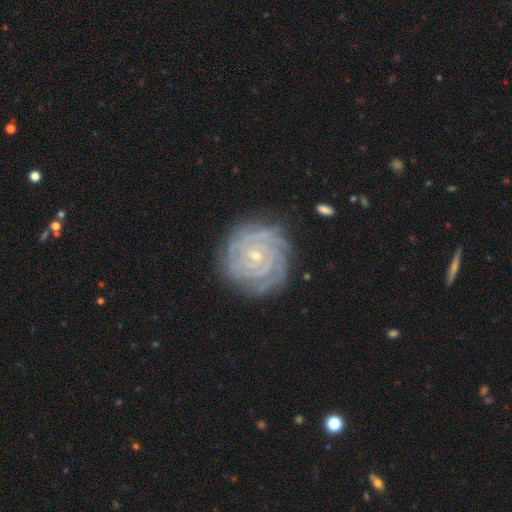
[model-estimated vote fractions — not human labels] This appears to be a featured or disk galaxy (86%) with no bar (68%), tight (87%) spiral arms (98%) and a small central bulge (79%). Merging: none (82%).